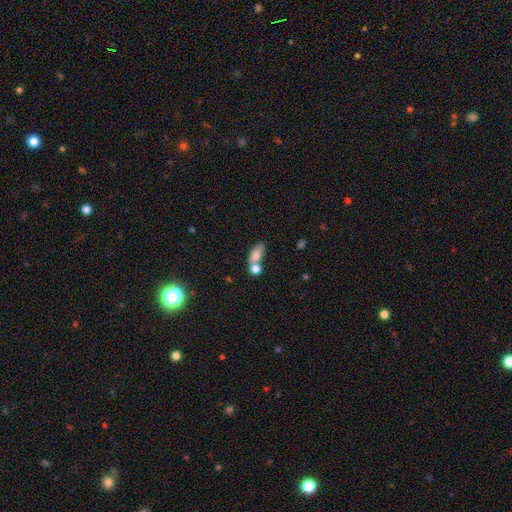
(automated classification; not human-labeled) A smooth galaxy with no disk features (78%) that is in between round and cigar-shaped (82%).

Vote fractions:
- Smooth or featured? smooth: 78% / featured or disk: 12% / star or artifact: 10%
- How rounded? in between: 82% / round: 10% / cigar-shaped: 8%
- Merging? merger: 44% / none: 36% / minor disturbance: 13% / major disturbance: 7%